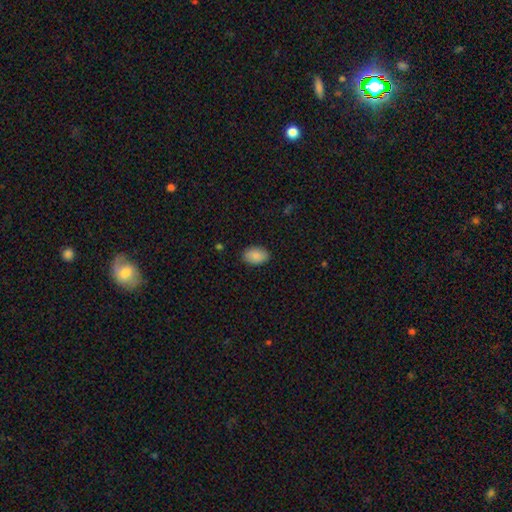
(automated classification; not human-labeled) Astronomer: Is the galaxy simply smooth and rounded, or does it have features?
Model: smooth — 87%.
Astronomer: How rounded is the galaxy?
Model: in between — 88%.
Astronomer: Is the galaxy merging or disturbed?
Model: none — 87%.